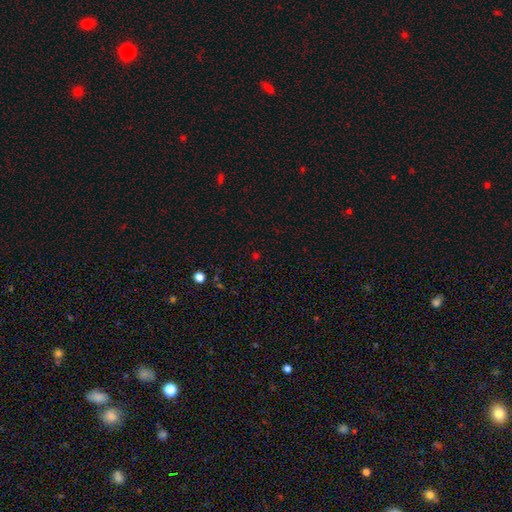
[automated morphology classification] Q: Smooth or featured?
A: star or artifact (55%); runner-up: smooth (38%)